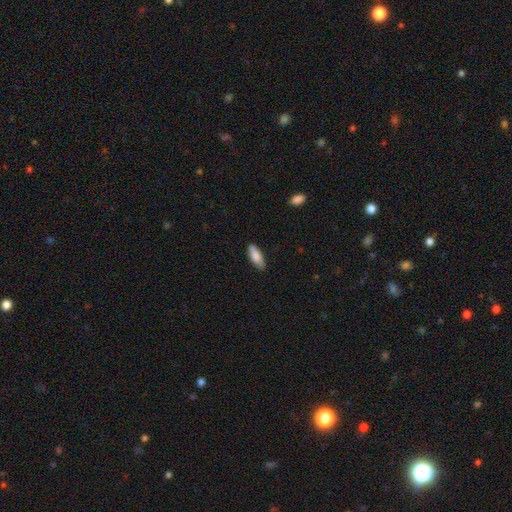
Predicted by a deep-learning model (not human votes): A smooth galaxy with no disk features (80%) that is in between round and cigar-shaped (61%).

Vote fractions:
- Smooth or featured? smooth: 80% / featured or disk: 15% / star or artifact: 6%
- How rounded? in between: 61% / cigar-shaped: 37% / round: 2%
- Merging? none: 85% / minor disturbance: 11% / major disturbance: 2% / merger: 1%